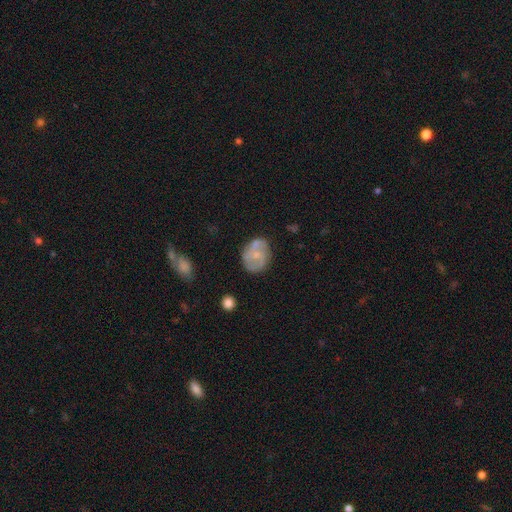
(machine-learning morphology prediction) This is possibly a featured or disk galaxy (54%). It is clearly not viewed edge-on (97%). Bar: likely no (64%). Spiral arm pattern: likely yes (66%). Central bulge: possibly small (58%). Merging: likely none (61%).